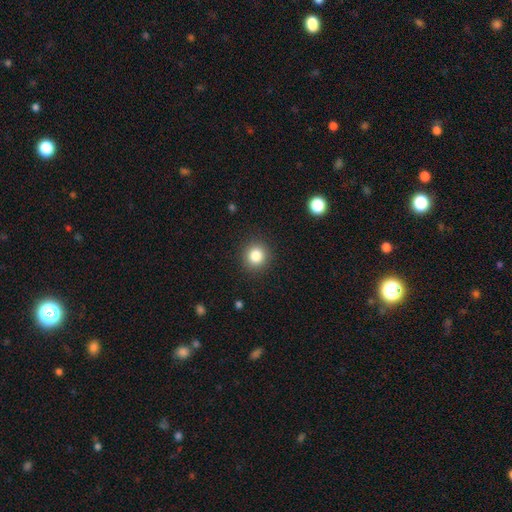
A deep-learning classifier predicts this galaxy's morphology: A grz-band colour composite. It shows a smooth galaxy with no disk features (83%) that is round (91%). Merging: none (91%).